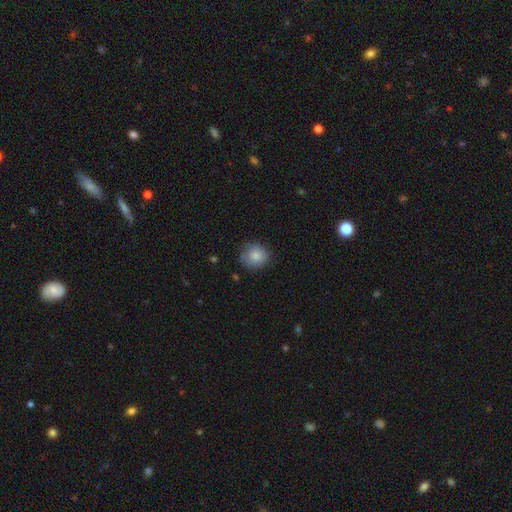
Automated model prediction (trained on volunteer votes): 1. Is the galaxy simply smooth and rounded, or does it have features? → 83% smooth, 8% star or artifact, 8% featured or disk.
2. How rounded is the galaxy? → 85% round, 14% in between, 1% cigar-shaped.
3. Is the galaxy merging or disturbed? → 78% none, 17% minor disturbance, 4% major disturbance, 1% merger.